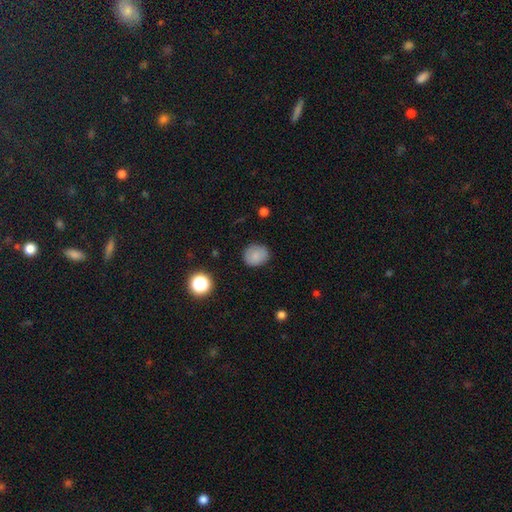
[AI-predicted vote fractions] smooth_or_featured: smooth (p=0.83) [alt: star or artifact p=0.10]
how_rounded: round (p=0.74) [alt: in between p=0.25]
merging: none (p=0.83) [alt: minor disturbance p=0.13]